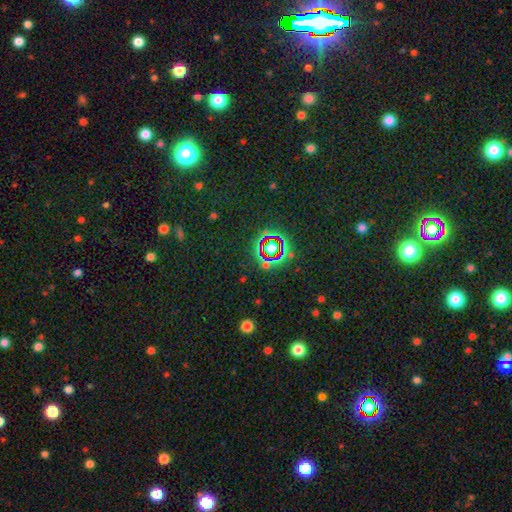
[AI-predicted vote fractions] A star or artifact, not a galaxy (72%).